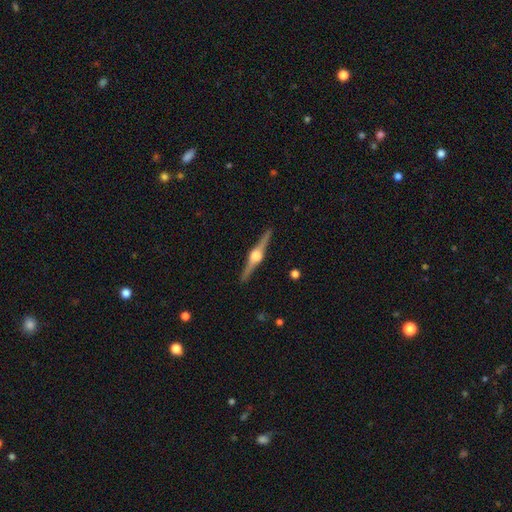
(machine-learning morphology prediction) smooth-or-featured: featured or disk: 88% | smooth: 7% | star or artifact: 5%
  disk-edge-on: yes: 98% | no: 2%
    edge-on-bulge: rounded: 95% | boxy: 4% | none: 1%
  merging: none: 92% | minor disturbance: 6% | major disturbance: 1% | merger: 1%